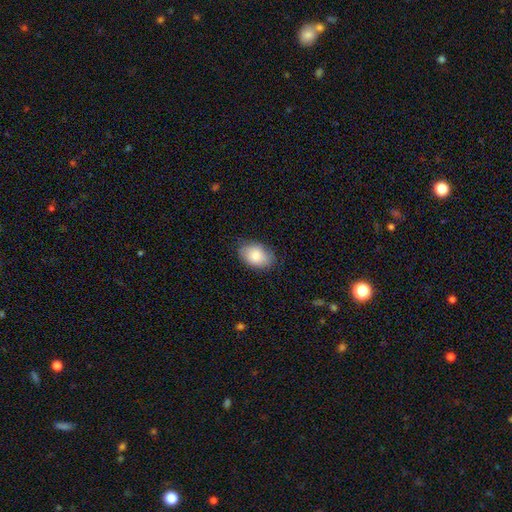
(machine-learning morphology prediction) Q: Smooth or featured?
A: smooth (83%); runner-up: featured or disk (11%)
Q: How rounded?
A: in between (86%); runner-up: round (13%)
Q: Merging?
A: none (79%); runner-up: minor disturbance (16%)